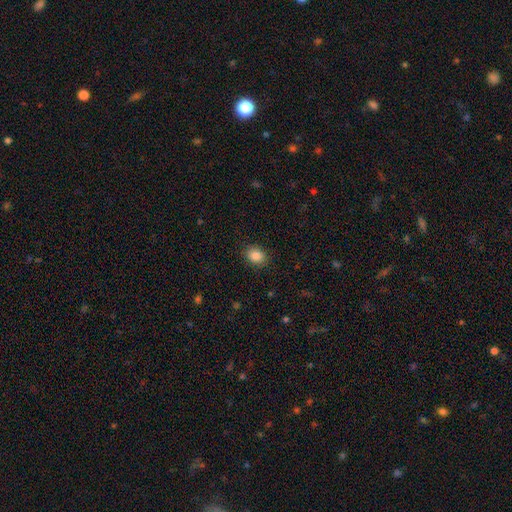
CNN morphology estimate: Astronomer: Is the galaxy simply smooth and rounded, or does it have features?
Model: smooth — 86%.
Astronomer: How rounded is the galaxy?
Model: in between — 51% (runner-up: round, 48%).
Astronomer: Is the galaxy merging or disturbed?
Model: none — 88%.